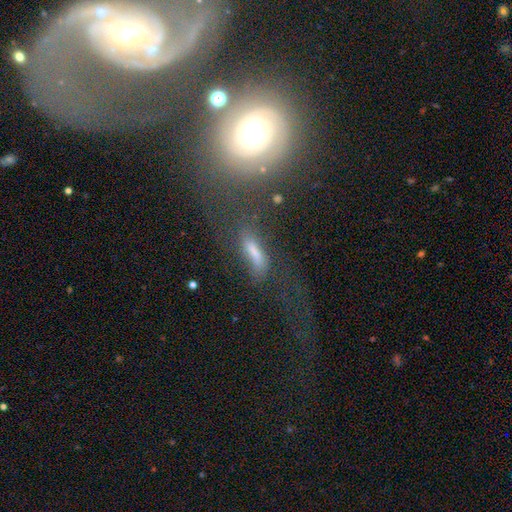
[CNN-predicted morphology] This is possibly a smooth galaxy (47%). Merging: possibly none (47%).